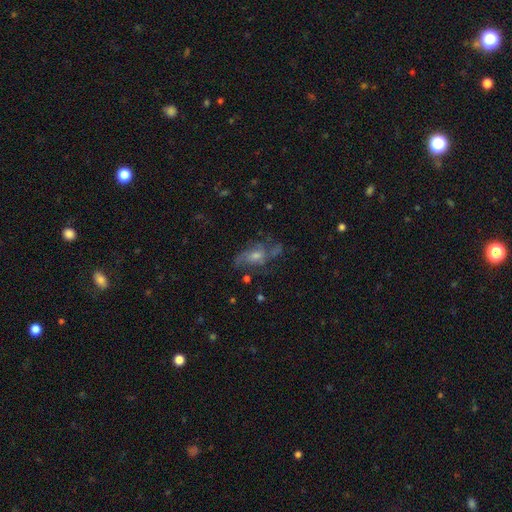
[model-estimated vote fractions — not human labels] A featured or disk galaxy (64%) with no bar (71%), spiral arms (78%) and a moderate central bulge (50%). Merging: none (55%).